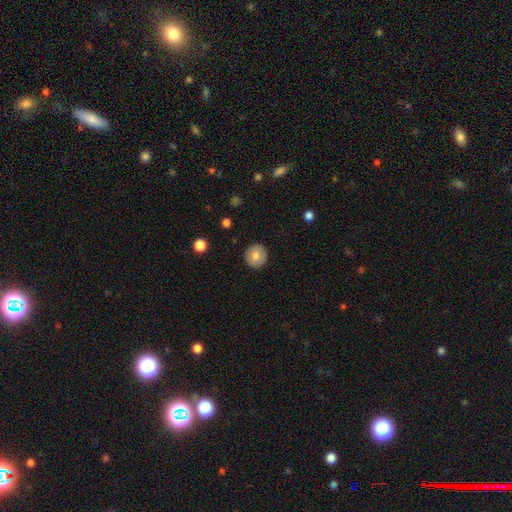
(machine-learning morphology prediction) A smooth galaxy with no disk features (73%) that is round (93%).

Vote fractions:
- Smooth or featured? smooth: 73% / featured or disk: 19% / star or artifact: 8%
- How rounded? round: 93% / in between: 6% / cigar-shaped: 1%
- Merging? none: 91% / minor disturbance: 6% / major disturbance: 2% / merger: 1%